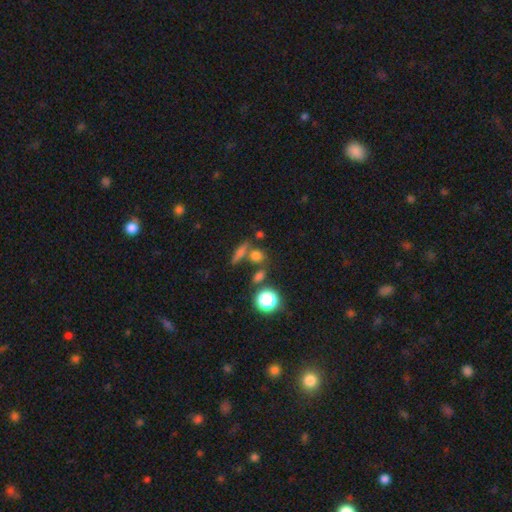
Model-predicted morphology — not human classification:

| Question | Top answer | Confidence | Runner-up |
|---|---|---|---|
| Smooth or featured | smooth | 70% | star or artifact (19%) |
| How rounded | round | 63% | in between (29%) |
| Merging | none | 59% | merger (25%) |